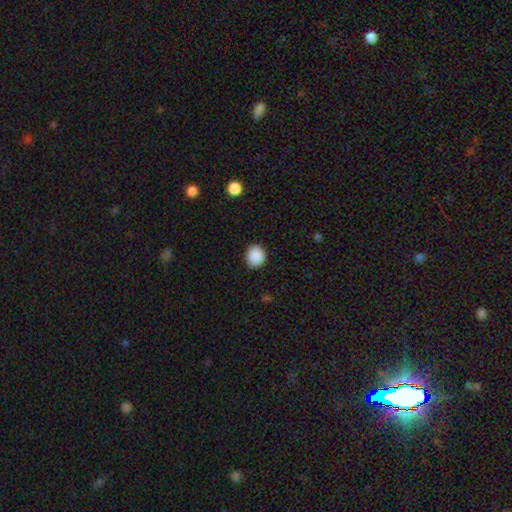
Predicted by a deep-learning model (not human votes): A smooth galaxy with no disk features (89%) that is round (75%).

Vote fractions:
- Smooth or featured? smooth: 89% / star or artifact: 8% / featured or disk: 3%
- How rounded? round: 75% / in between: 24% / cigar-shaped: 1%
- Merging? none: 89% / minor disturbance: 8% / major disturbance: 2% / merger: 1%